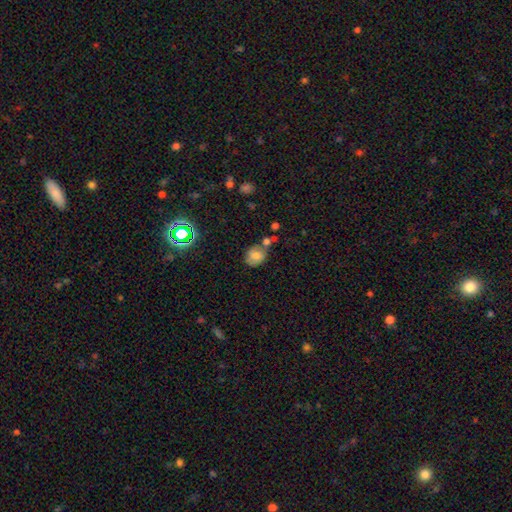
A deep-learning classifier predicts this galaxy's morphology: Smooth or featured? Predicted: smooth (p=0.71). How rounded? Predicted: round (p=0.55). Merging? Predicted: none (p=0.57).